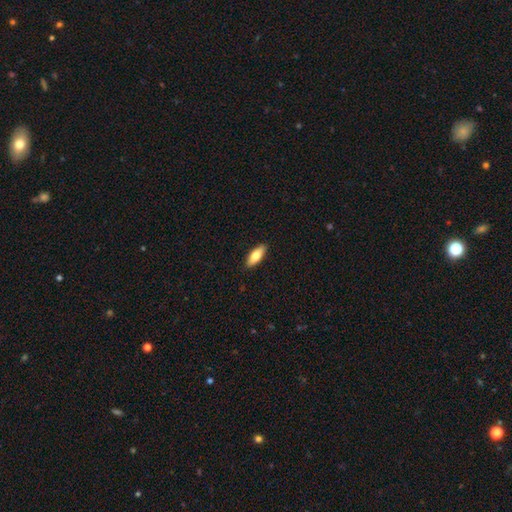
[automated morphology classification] smooth_or_featured: smooth (p=0.73) [alt: featured or disk p=0.21]
how_rounded: in between (p=0.71) [alt: cigar-shaped p=0.27]
merging: none (p=0.90) [alt: minor disturbance p=0.07]